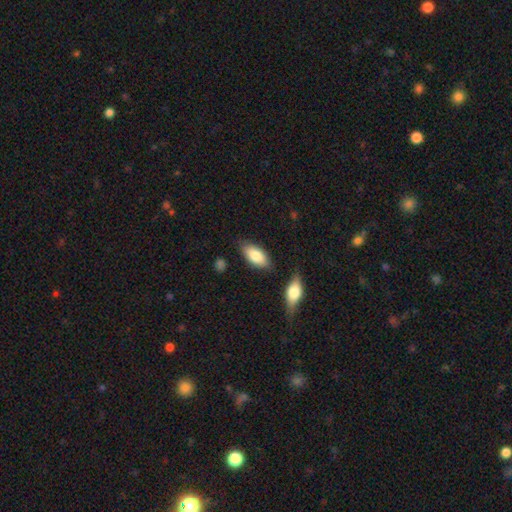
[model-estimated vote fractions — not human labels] Overall: smooth (82%). How rounded: in between (86%). Merging: none (78%).